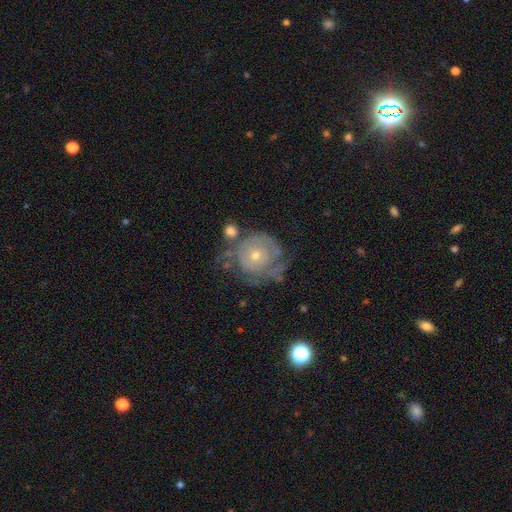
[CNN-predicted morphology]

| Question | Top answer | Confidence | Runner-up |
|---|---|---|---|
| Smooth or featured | featured or disk | 71% | smooth (22%) |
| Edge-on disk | no | 97% | yes (3%) |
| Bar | no | 85% | weak (12%) |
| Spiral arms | yes | 72% | no (28%) |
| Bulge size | small | 55% | moderate (41%) |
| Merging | none | 49% | minor disturbance (24%) |